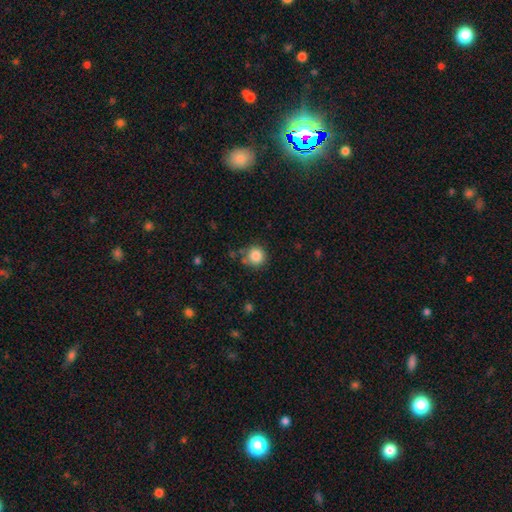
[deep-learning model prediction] smooth 85%, star or artifact 10%, featured or disk 5%. Down the decision tree: how rounded — round (93%); merging — none (75%).